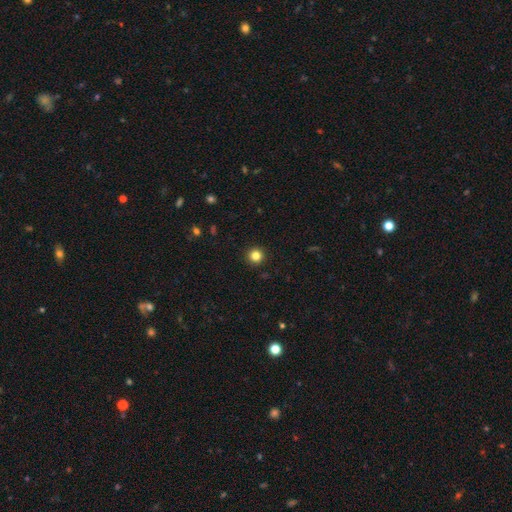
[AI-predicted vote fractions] smooth 83%, star or artifact 12%, featured or disk 5%. Down the decision tree: how rounded — round (96%); merging — none (93%).